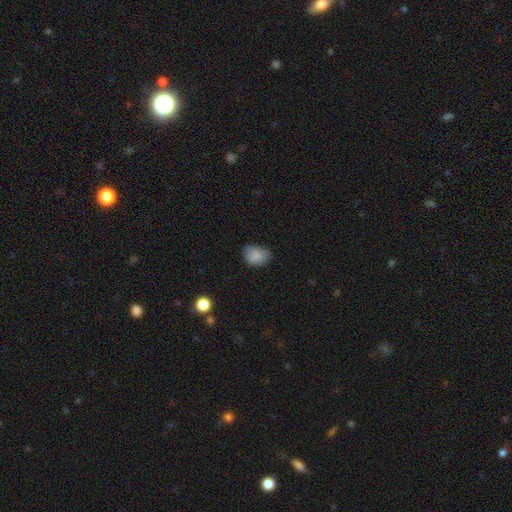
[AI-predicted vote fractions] Smooth or featured? Predicted: smooth (p=0.84). How rounded? Predicted: in between (p=0.63). Merging? Predicted: none (p=0.58).